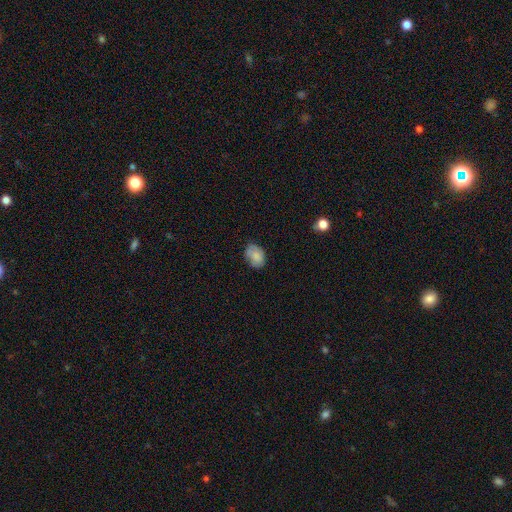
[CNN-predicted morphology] The model was most divided on "merging": none: 73%, minor disturbance: 21%, major disturbance: 5%, merger: 1%. More confident: smooth or featured — smooth (79%); how rounded — in between (77%).